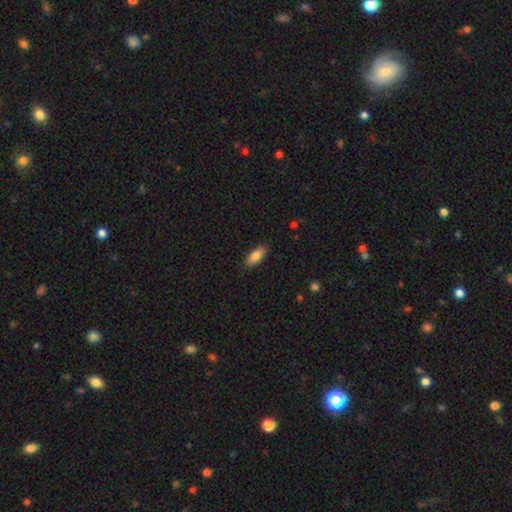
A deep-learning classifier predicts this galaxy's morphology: Smooth or featured? smooth (83%)
How rounded? in between (77%)
Merging? none (87%)